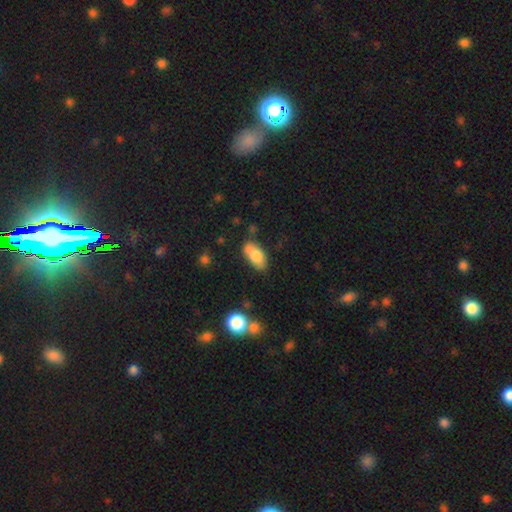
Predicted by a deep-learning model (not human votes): This is likely a smooth galaxy (76%). How rounded: clearly in between (90%). Merging: possibly none (57%).